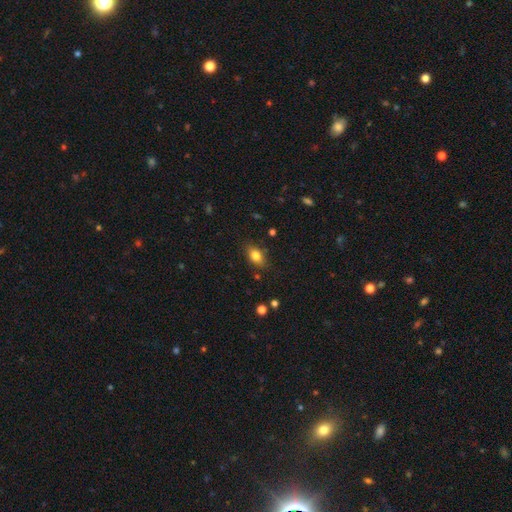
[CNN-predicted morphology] Smooth or featured: smooth — 80% (featured or disk — 10%)
How rounded: in between — 81% (round — 15%)
Merging: none — 80% (minor disturbance — 15%)